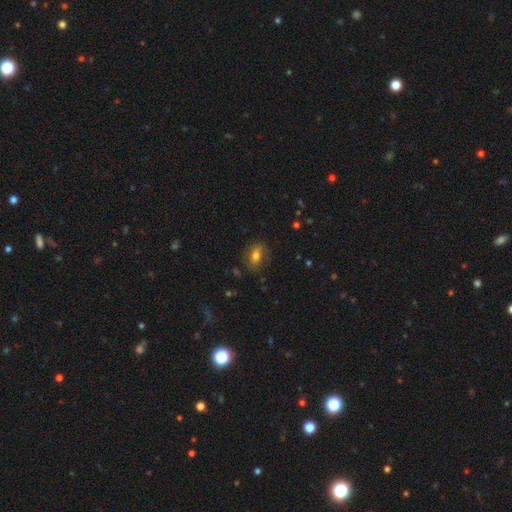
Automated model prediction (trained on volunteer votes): smooth 70%, featured or disk 20%, star or artifact 10%. Down the decision tree: how rounded — in between (76%); merging — none (77%).